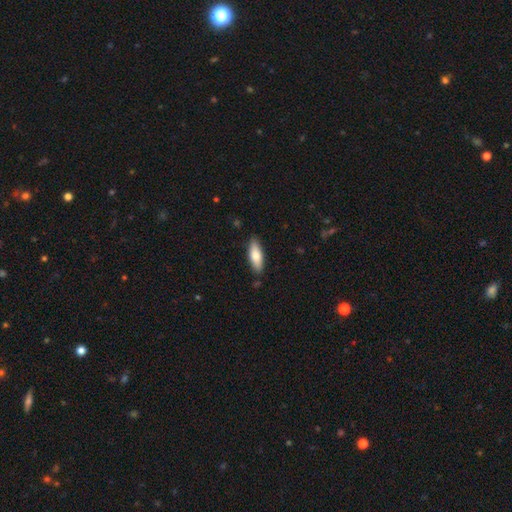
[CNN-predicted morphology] The model was most divided on "how rounded": in between: 62%, cigar-shaped: 36%, round: 2%. More confident: merging — none (85%); smooth or featured — smooth (76%).